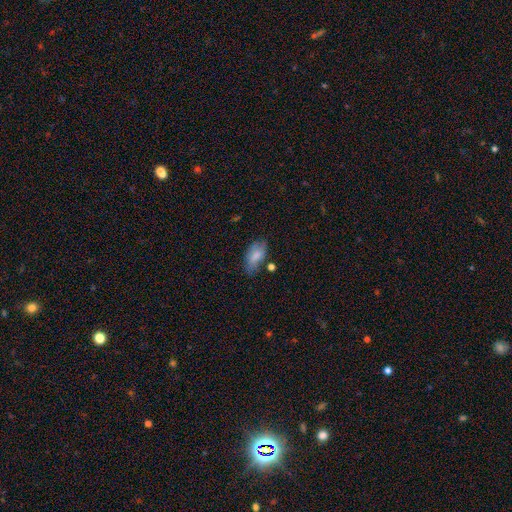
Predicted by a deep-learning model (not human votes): Q: Smooth or featured?
A: smooth (75%); runner-up: featured or disk (18%)
Q: How rounded?
A: in between (91%); runner-up: cigar-shaped (5%)
Q: Merging?
A: none (57%); runner-up: minor disturbance (28%)